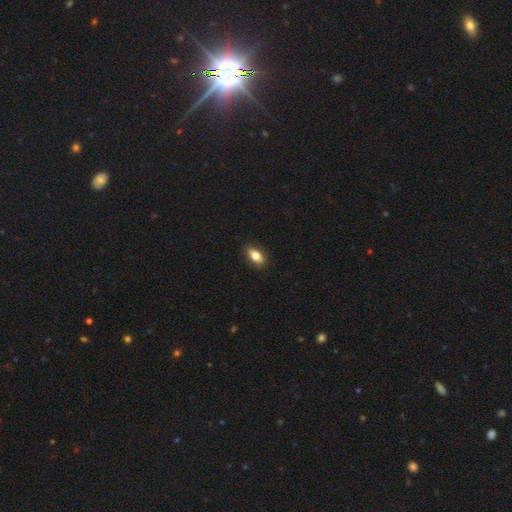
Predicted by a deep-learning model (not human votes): Morphology: type=smooth (79%); roundness=in between (86%); merging=none (87%).